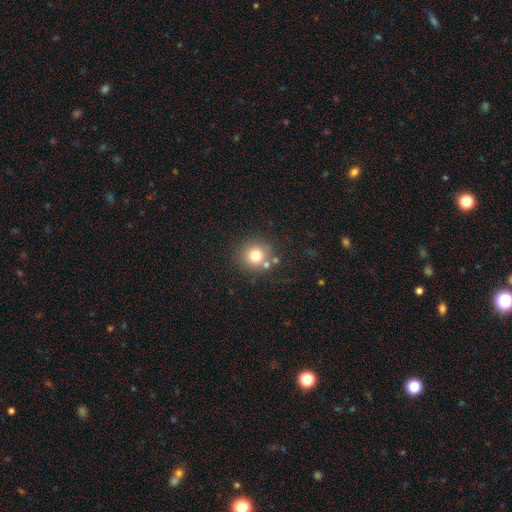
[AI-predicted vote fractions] smooth_or_featured: smooth (p=0.75) [alt: star or artifact p=0.13]
how_rounded: round (p=0.92) [alt: in between p=0.07]
merging: none (p=0.73) [alt: merger p=0.12]